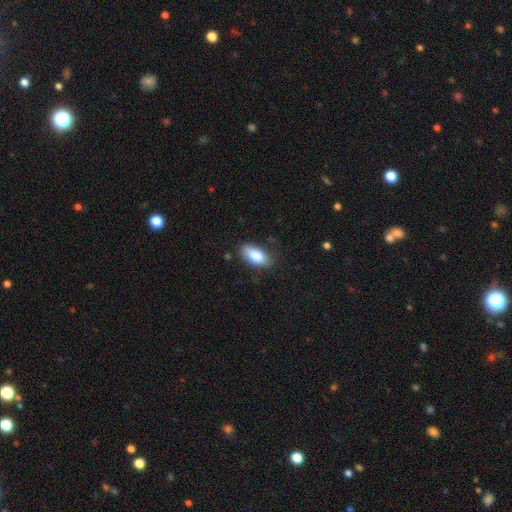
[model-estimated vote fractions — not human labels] A smooth galaxy with no disk features (84%) that is in between round and cigar-shaped (90%).

Vote fractions:
- Smooth or featured? smooth: 84% / featured or disk: 10% / star or artifact: 7%
- How rounded? in between: 90% / cigar-shaped: 6% / round: 3%
- Merging? none: 77% / minor disturbance: 18% / major disturbance: 4% / merger: 1%